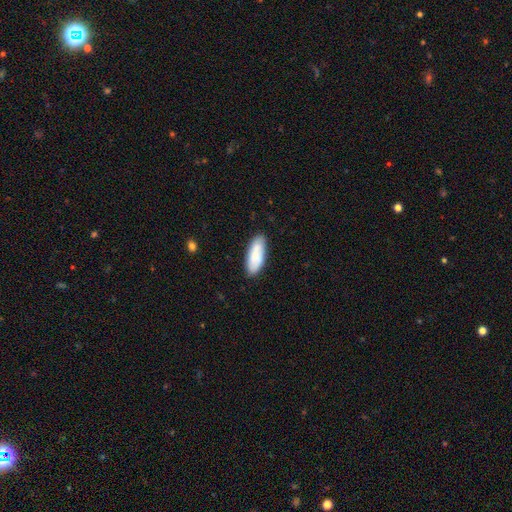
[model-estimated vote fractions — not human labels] This appears to be a smooth galaxy with no disk features (78%) that is in between round and cigar-shaped (77%). Merging: none (84%).